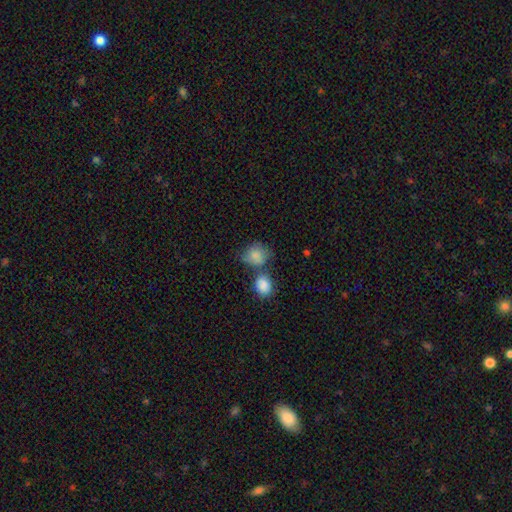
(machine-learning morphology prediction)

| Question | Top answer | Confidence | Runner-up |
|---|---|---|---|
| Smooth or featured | smooth | 83% | featured or disk (8%) |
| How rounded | round | 64% | in between (35%) |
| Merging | none | 42% | merger (34%) |